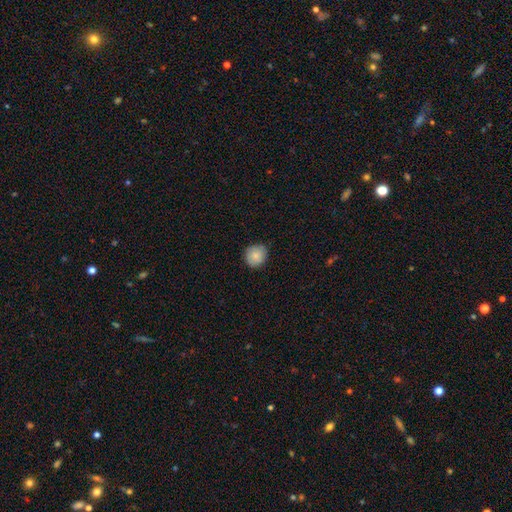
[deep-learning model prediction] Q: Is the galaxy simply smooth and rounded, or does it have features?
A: smooth — 85%.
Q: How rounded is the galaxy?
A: round — 86%.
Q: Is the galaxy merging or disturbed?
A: none — 83%.